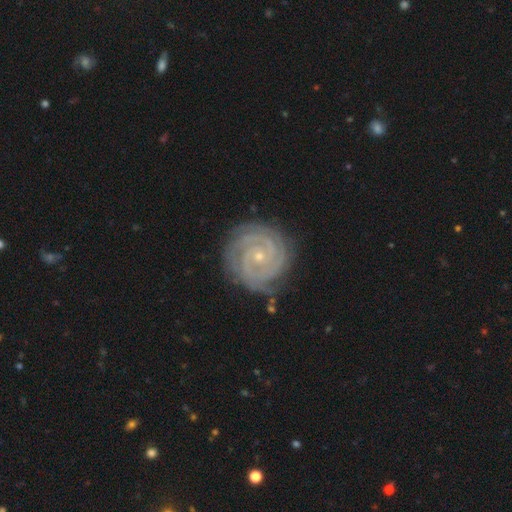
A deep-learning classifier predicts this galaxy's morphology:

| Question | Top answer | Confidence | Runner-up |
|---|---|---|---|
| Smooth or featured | featured or disk | 86% | star or artifact (7%) |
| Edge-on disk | no | 98% | yes (2%) |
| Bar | no | 64% | weak (26%) |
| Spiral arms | yes | 98% | no (2%) |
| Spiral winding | tight | 84% | medium (14%) |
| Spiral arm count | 2 | 39% | 3 (23%) |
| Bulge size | small | 76% | moderate (21%) |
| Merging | none | 82% | minor disturbance (12%) |